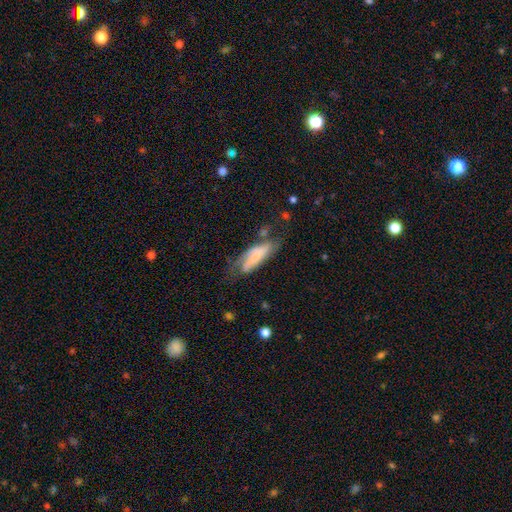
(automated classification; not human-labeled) This is possibly a smooth galaxy (56%). How rounded: possibly in between (53%). Merging: marginally none (37%).